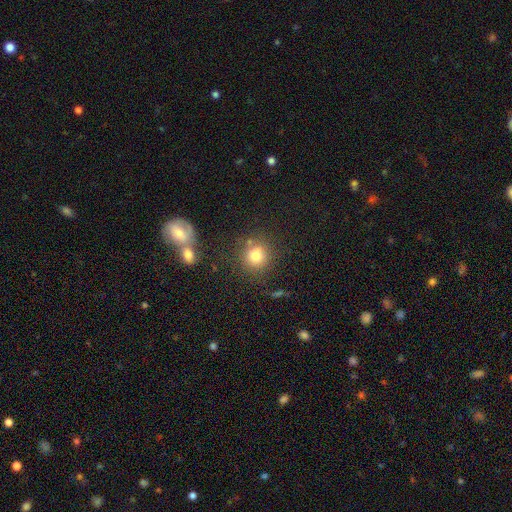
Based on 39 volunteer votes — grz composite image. It shows a smooth galaxy with no disk features (87%) that is round (91%). Merging: none (69%).